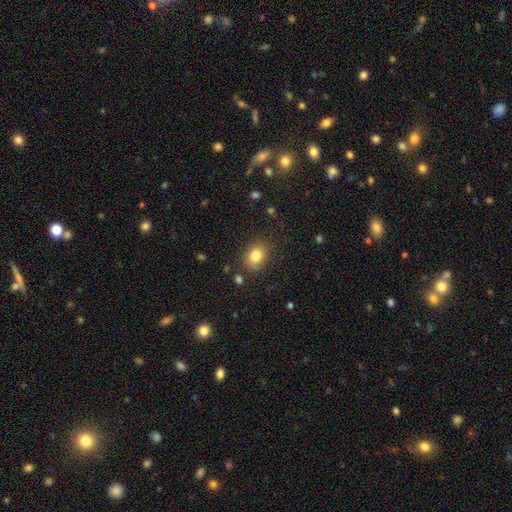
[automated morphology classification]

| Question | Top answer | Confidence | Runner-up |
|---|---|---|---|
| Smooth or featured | smooth | 82% | star or artifact (10%) |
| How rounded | in between | 66% | round (33%) |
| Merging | none | 80% | minor disturbance (14%) |